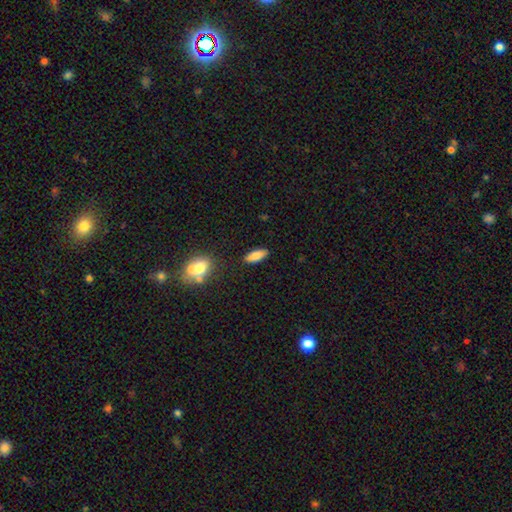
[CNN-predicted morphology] smooth-or-featured: smooth: 83% | featured or disk: 10% | star or artifact: 7%
  how-rounded: in between: 74% | cigar-shaped: 23% | round: 3%
  merging: none: 85% | minor disturbance: 10% | merger: 3% | major disturbance: 2%